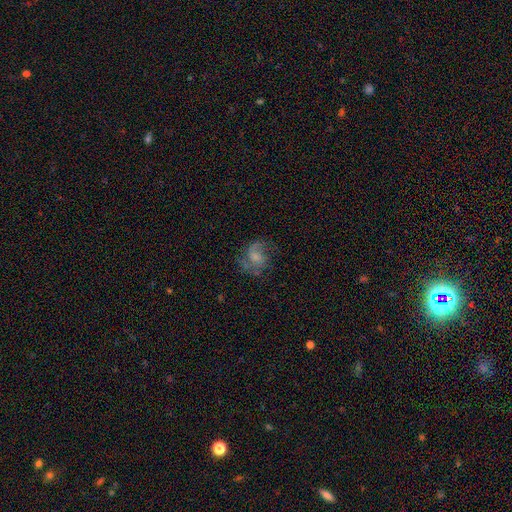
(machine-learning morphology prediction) type=featured or disk (56%); edge-on=no (98%); bar=no (62%); spiral arms=yes (81%); bulge=small (39%); merging=none (48%).